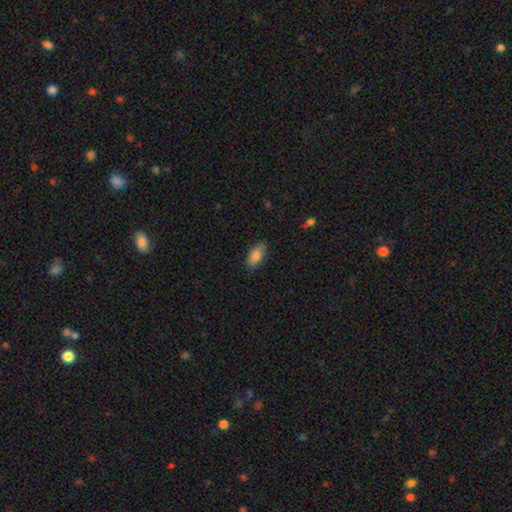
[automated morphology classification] smooth_or_featured: smooth (p=0.84) [alt: featured or disk p=0.09]
how_rounded: in between (p=0.91) [alt: cigar-shaped p=0.06]
merging: none (p=0.76) [alt: minor disturbance p=0.20]